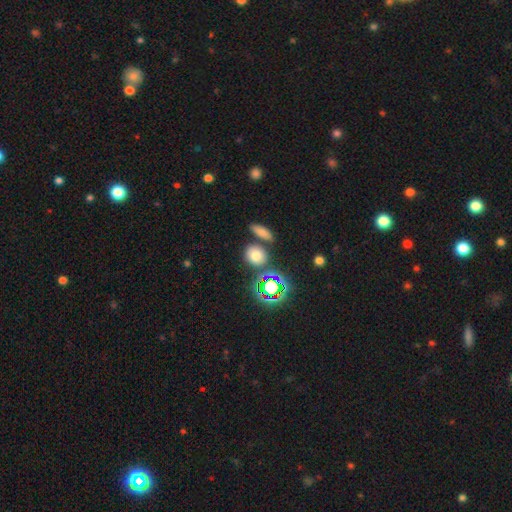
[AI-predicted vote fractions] Smooth or featured?
  - smooth: 69% *
  - star or artifact: 22%
  - featured or disk: 9%
How rounded?
  - round: 67% *
  - in between: 31%
  - cigar-shaped: 2%
Merging?
  - none: 73% *
  - merger: 14%
  - minor disturbance: 10%
  - major disturbance: 3%